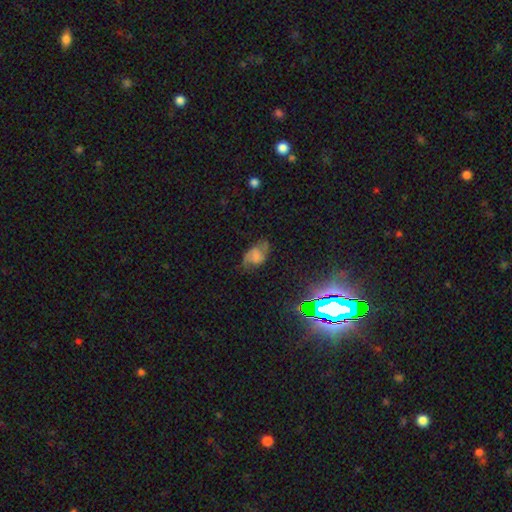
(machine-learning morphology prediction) type=featured or disk (52%); edge-on=no (96%); merging=none (57%).